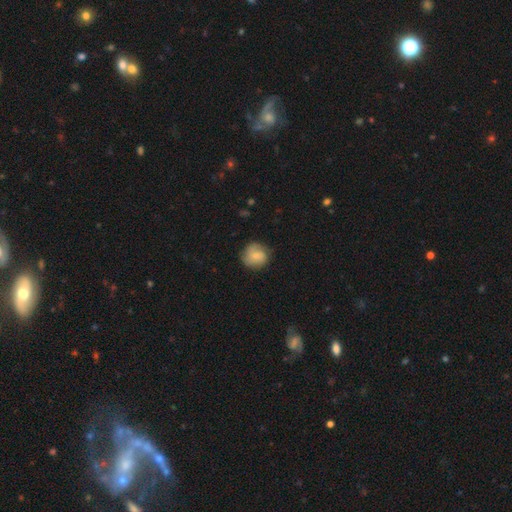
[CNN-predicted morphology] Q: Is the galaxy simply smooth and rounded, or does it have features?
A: smooth — 69%.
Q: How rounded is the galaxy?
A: round — 87%.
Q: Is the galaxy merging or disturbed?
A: none — 73%.